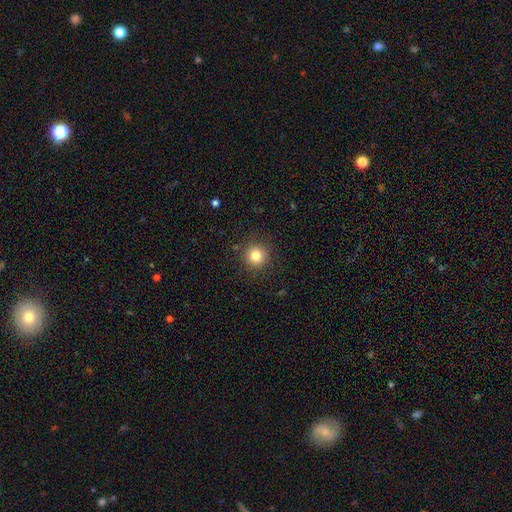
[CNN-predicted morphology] Q: Smooth or featured?
A: smooth (81%); runner-up: star or artifact (12%)
Q: How rounded?
A: round (94%); runner-up: in between (5%)
Q: Merging?
A: none (90%); runner-up: minor disturbance (7%)